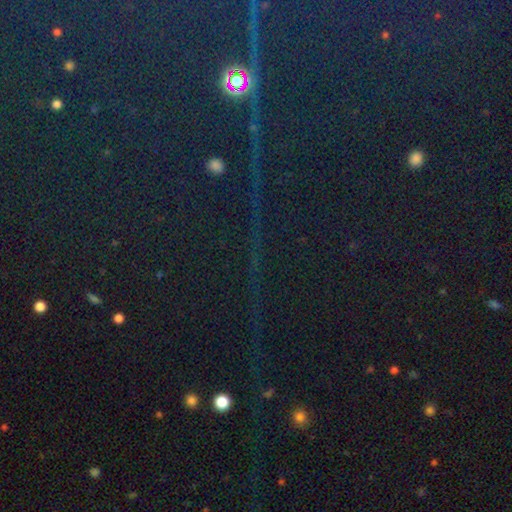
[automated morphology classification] smooth-or-featured: star or artifact: 86% | smooth: 8% | featured or disk: 7%